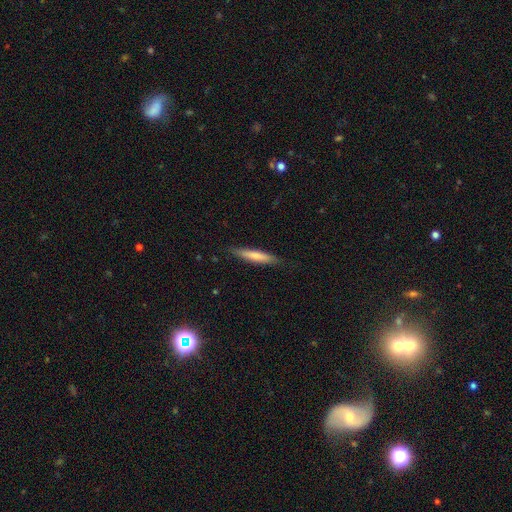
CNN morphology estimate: type=smooth (69%); roundness=cigar-shaped (90%); merging=none (86%).